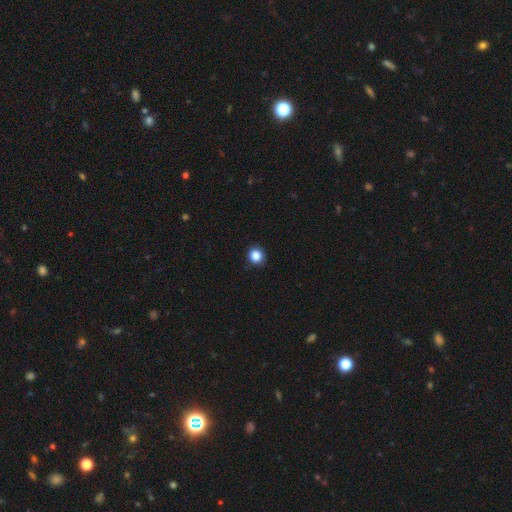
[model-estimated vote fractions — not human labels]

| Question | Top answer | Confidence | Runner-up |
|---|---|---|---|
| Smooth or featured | smooth | 86% | star or artifact (11%) |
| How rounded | round | 90% | in between (9%) |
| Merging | none | 89% | minor disturbance (8%) |